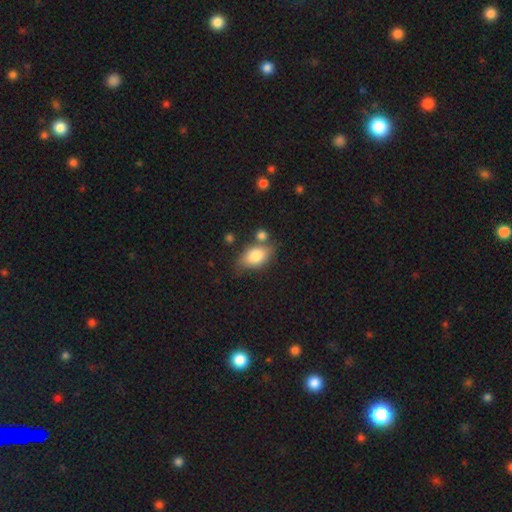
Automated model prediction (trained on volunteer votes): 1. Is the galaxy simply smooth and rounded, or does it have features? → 81% smooth, 12% featured or disk, 7% star or artifact.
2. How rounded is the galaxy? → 88% in between, 9% round, 3% cigar-shaped.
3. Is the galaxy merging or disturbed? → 60% none, 20% minor disturbance, 15% merger, 5% major disturbance.